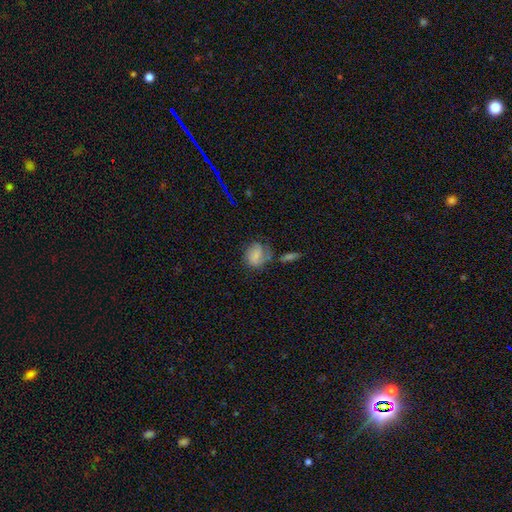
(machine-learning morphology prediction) A smooth galaxy with no disk features (67%) that is round (50%). Merging: none (49%).